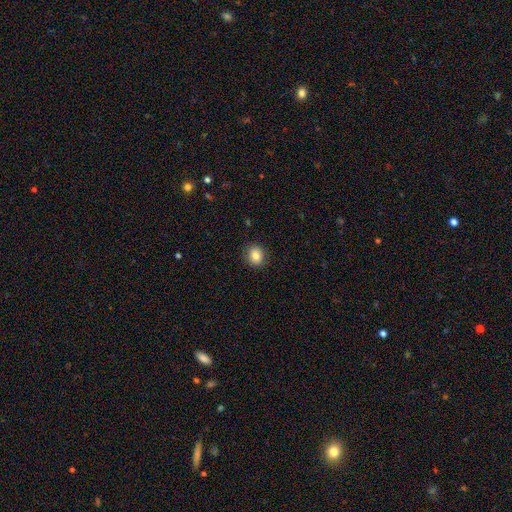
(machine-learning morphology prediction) Overall: smooth (83%). How rounded: round (74%). Merging: none (89%).